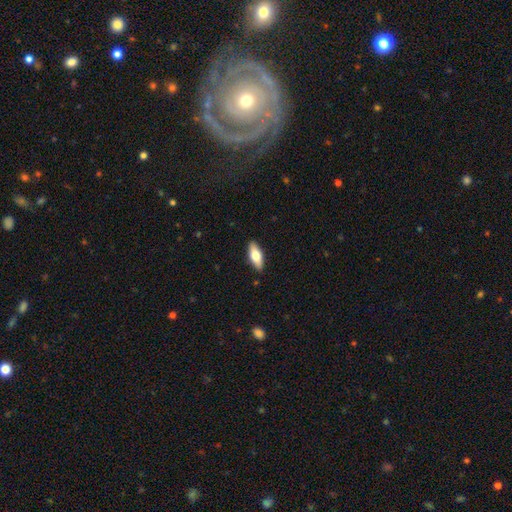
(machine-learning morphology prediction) Overall: smooth (68%). How rounded: in between (74%). Merging: none (88%).